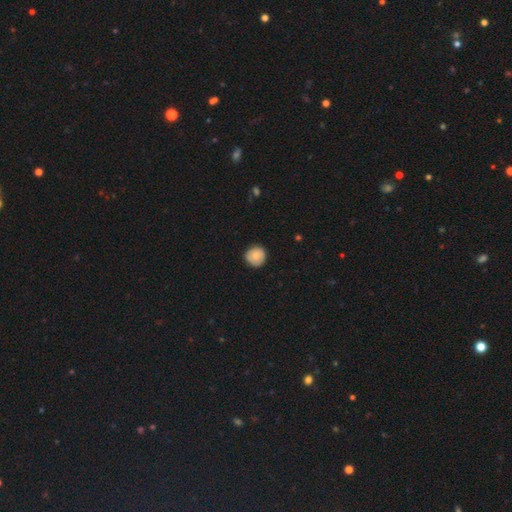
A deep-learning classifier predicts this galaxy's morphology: type=smooth (76%); roundness=round (92%); merging=none (85%).